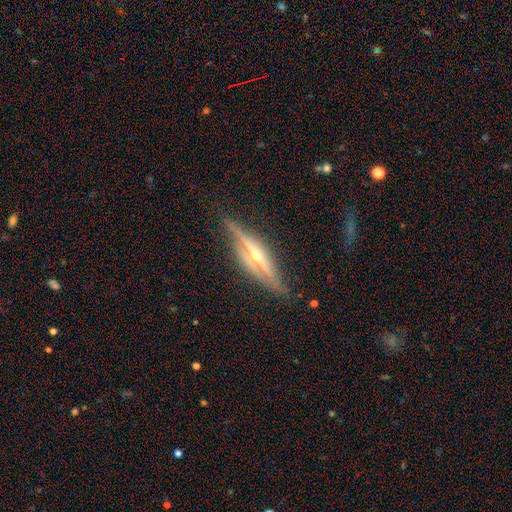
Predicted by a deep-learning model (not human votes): Q: Smooth or featured?
A: featured or disk (82%); runner-up: smooth (11%)
Q: Edge-on disk?
A: yes (95%); runner-up: no (5%)
Q: Edge-on bulge?
A: rounded (86%); runner-up: boxy (7%)
Q: Merging?
A: none (84%); runner-up: minor disturbance (12%)